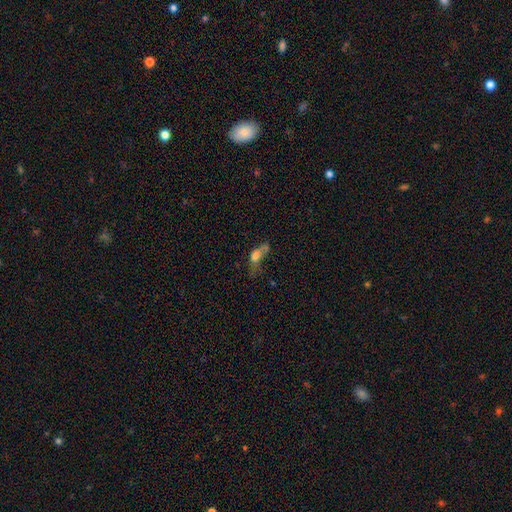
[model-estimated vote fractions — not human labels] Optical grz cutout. It shows a smooth galaxy with no disk features (59%) that is in between round and cigar-shaped (68%). Merging: major disturbance (41%).